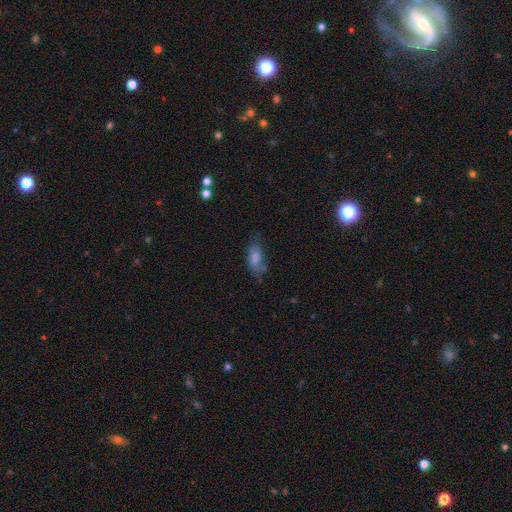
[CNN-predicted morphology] smooth_or_featured: smooth (p=0.58) [alt: featured or disk p=0.24]
how_rounded: in between (p=0.74) [alt: cigar-shaped p=0.21]
merging: none (p=0.57) [alt: minor disturbance p=0.26]